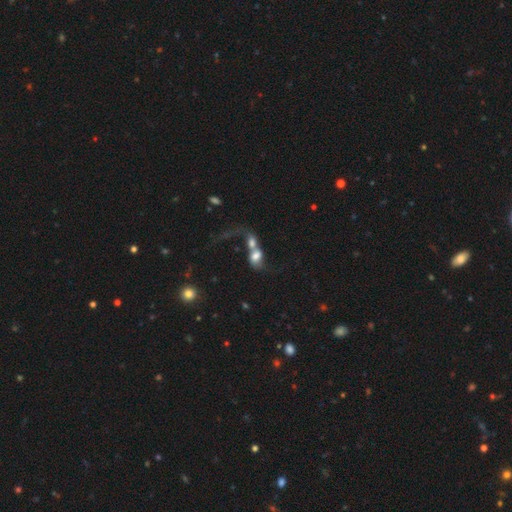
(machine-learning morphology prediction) This appears to be a smooth galaxy with no disk features (56%) that is in between round and cigar-shaped (62%). Merging: merger (81%).